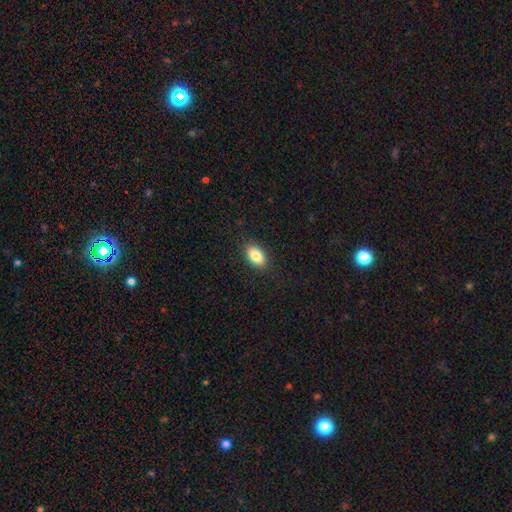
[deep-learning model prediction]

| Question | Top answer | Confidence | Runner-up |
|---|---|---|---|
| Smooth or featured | smooth | 85% | featured or disk (8%) |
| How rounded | in between | 90% | round (7%) |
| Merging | none | 88% | minor disturbance (9%) |